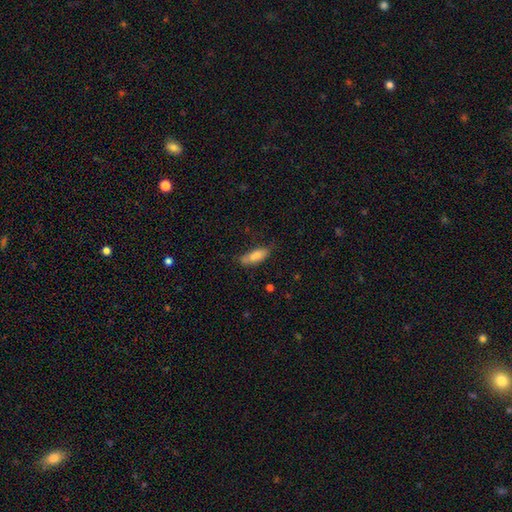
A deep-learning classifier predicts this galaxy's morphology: Smooth or featured?
  - smooth: 79% *
  - featured or disk: 14%
  - star or artifact: 7%
How rounded?
  - in between: 73% *
  - cigar-shaped: 25%
  - round: 2%
Merging?
  - none: 55% *
  - minor disturbance: 28%
  - merger: 9%
  - major disturbance: 8%